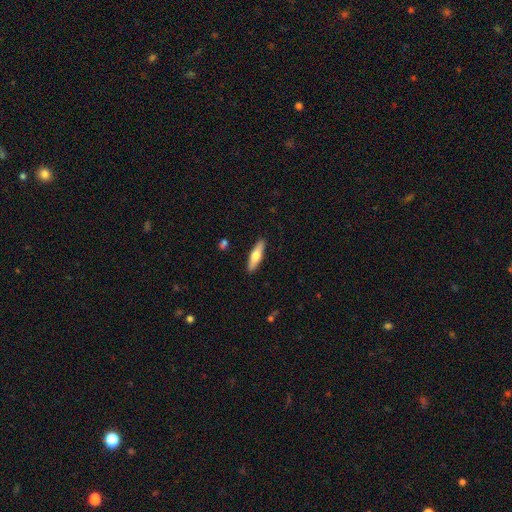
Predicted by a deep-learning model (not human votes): Overall: smooth (60%; featured or disk 35%). How rounded: cigar-shaped (67%; in between 31%). Merging: none (90%).